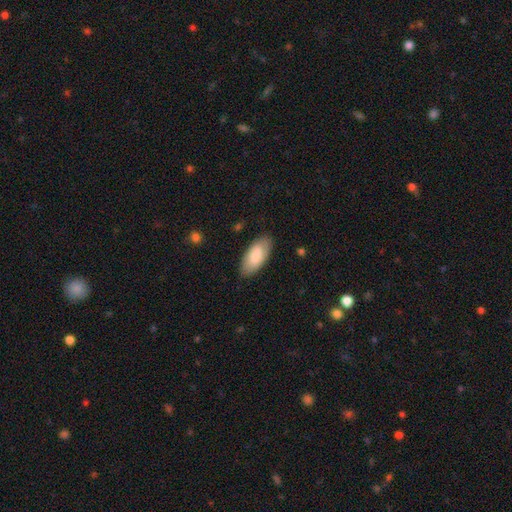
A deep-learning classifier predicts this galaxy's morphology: smooth-or-featured: smooth: 83% | featured or disk: 12% | star or artifact: 5%
  how-rounded: in between: 90% | cigar-shaped: 8% | round: 2%
  merging: none: 85% | minor disturbance: 12% | major disturbance: 2% | merger: 1%